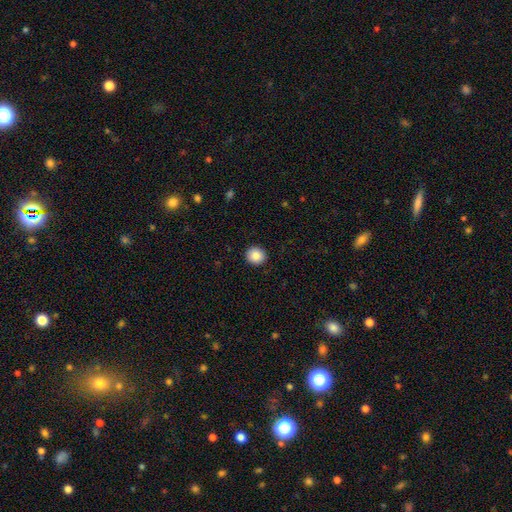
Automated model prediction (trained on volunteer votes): Q: Smooth or featured?
A: smooth (86%); runner-up: star or artifact (9%)
Q: How rounded?
A: round (91%); runner-up: in between (8%)
Q: Merging?
A: none (93%); runner-up: minor disturbance (5%)